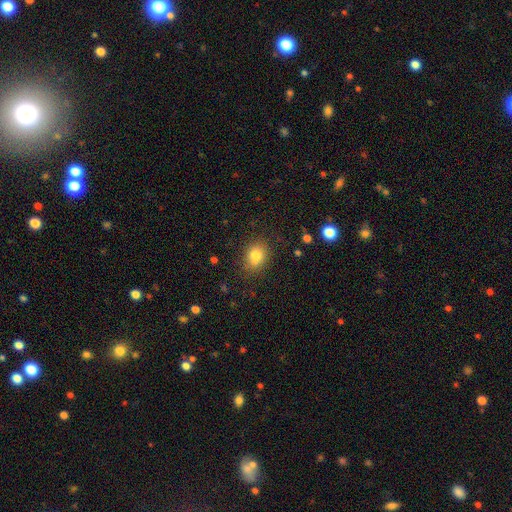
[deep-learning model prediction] Smooth or featured: smooth — 81% (star or artifact — 11%)
How rounded: round — 51% (in between — 48%)
Merging: none — 76% (minor disturbance — 16%)